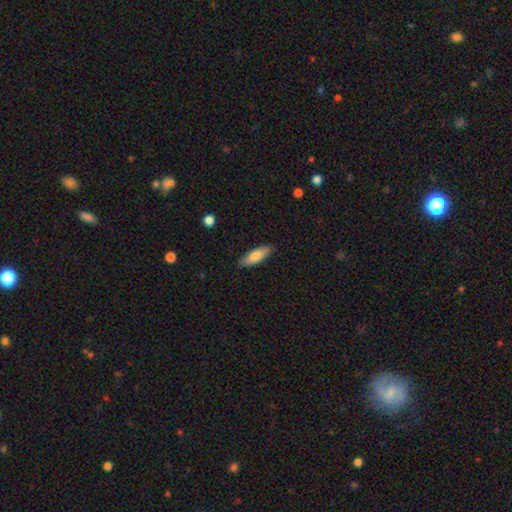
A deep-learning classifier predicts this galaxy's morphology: This is likely a smooth galaxy (77%). How rounded: possibly in between (53%). Merging: clearly none (86%).